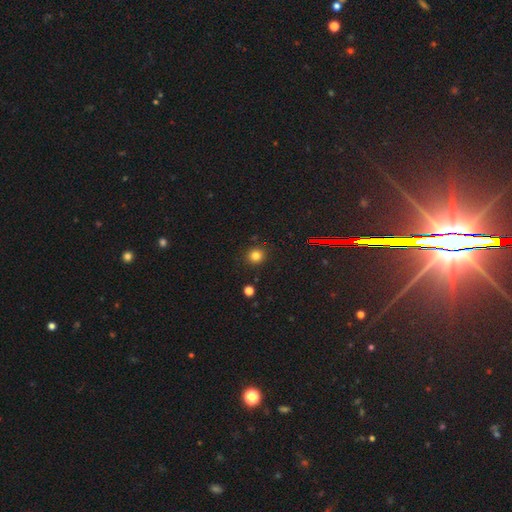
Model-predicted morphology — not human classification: Overall: smooth (79%). How rounded: round (90%). Merging: none (89%).